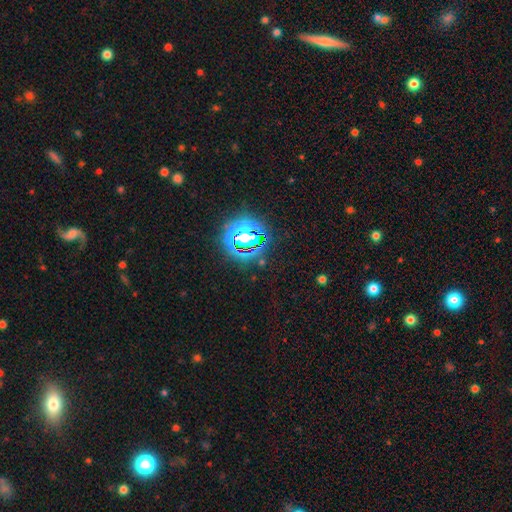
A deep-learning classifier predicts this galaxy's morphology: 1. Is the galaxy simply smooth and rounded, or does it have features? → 82% star or artifact, 11% smooth, 7% featured or disk.